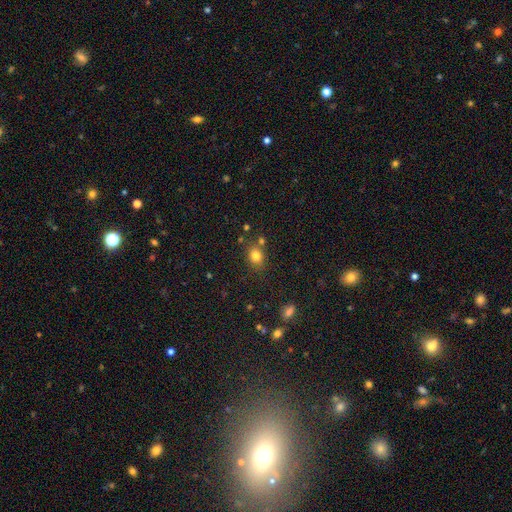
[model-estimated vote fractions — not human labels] Overall: smooth (80%). How rounded: round (58%; in between 40%). Merging: none (72%).